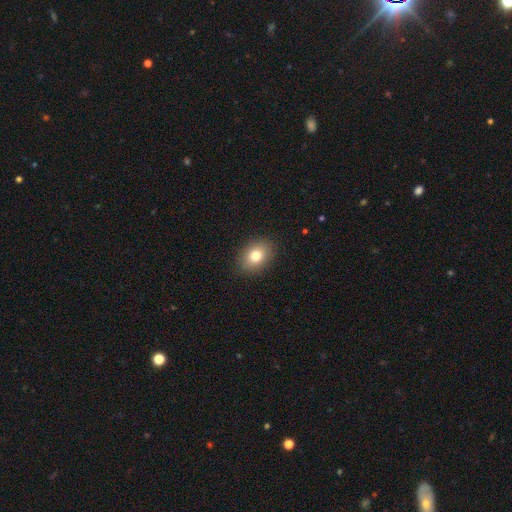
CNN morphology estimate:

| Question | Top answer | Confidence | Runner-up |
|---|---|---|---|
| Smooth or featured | smooth | 79% | featured or disk (11%) |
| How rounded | in between | 68% | round (31%) |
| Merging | none | 88% | minor disturbance (8%) |